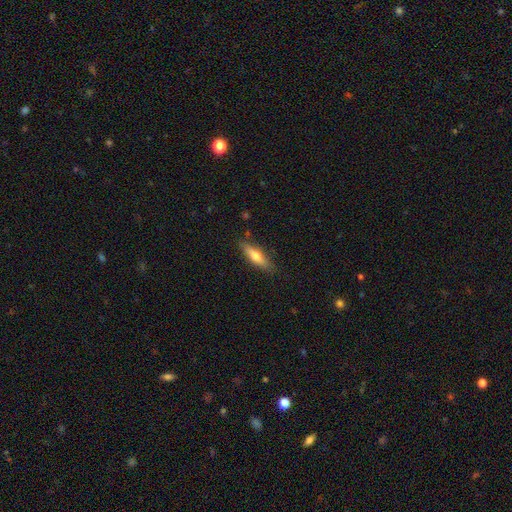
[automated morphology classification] Smooth or featured?
  - smooth: 58% *
  - featured or disk: 36%
  - star or artifact: 6%
How rounded?
  - cigar-shaped: 66% *
  - in between: 32%
  - round: 2%
Merging?
  - none: 84% *
  - minor disturbance: 12%
  - major disturbance: 2%
  - merger: 2%